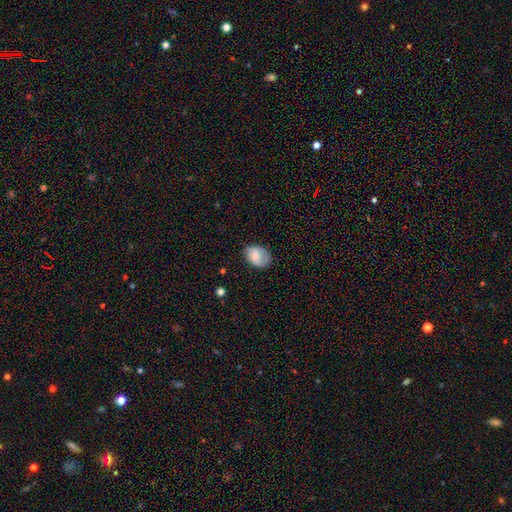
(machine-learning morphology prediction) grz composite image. It shows a smooth galaxy with no disk features (68%) that is in between round and cigar-shaped (78%). Merging: none (69%).